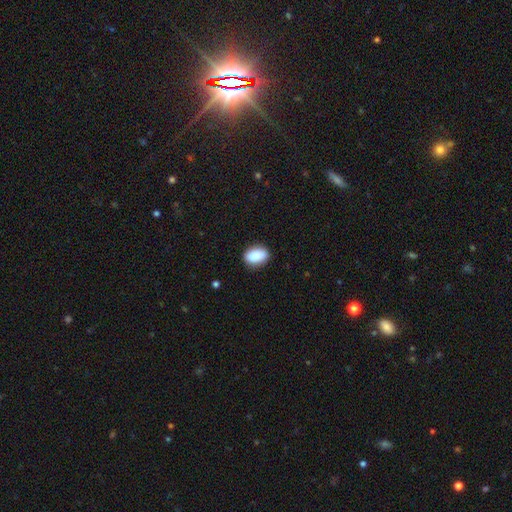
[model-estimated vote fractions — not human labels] Q: Smooth or featured?
A: smooth (89%); runner-up: star or artifact (7%)
Q: How rounded?
A: in between (87%); runner-up: round (11%)
Q: Merging?
A: none (86%); runner-up: minor disturbance (10%)